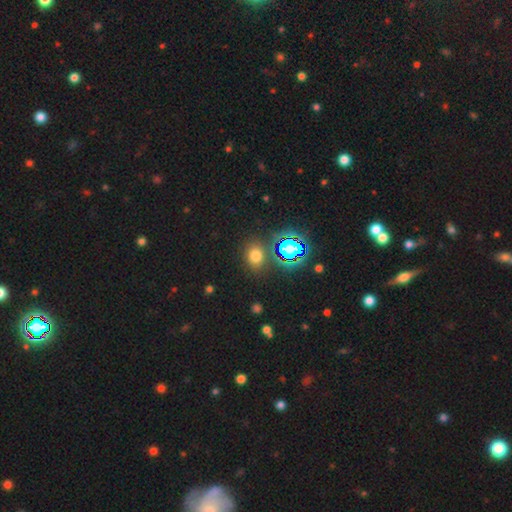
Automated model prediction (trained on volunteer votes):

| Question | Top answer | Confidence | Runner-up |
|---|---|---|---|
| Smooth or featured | smooth | 63% | star or artifact (29%) |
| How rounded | round | 55% | in between (43%) |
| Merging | none | 84% | minor disturbance (9%) |